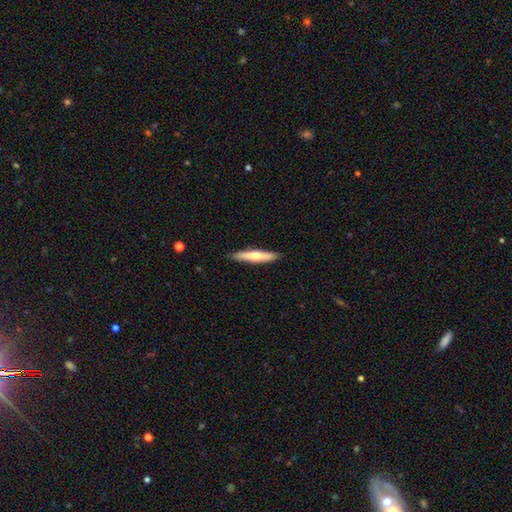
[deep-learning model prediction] Smooth or featured: smooth — 51% (featured or disk — 43%)
How rounded: cigar-shaped — 89% (in between — 9%)
Merging: none — 90% (minor disturbance — 8%)